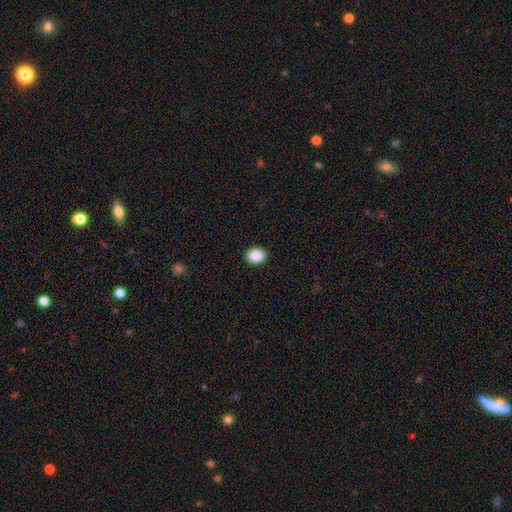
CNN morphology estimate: smooth_or_featured: smooth (p=0.88) [alt: star or artifact p=0.09]
how_rounded: round (p=0.57) [alt: in between p=0.42]
merging: none (p=0.92) [alt: minor disturbance p=0.06]